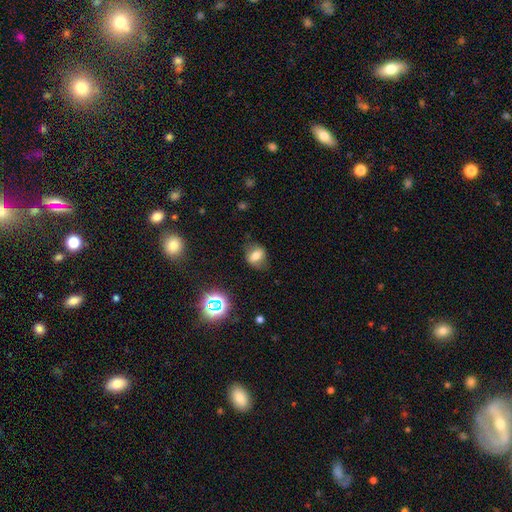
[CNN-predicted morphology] Smooth or featured? smooth (61%)
How rounded? in between (58%)
Merging? none (74%)